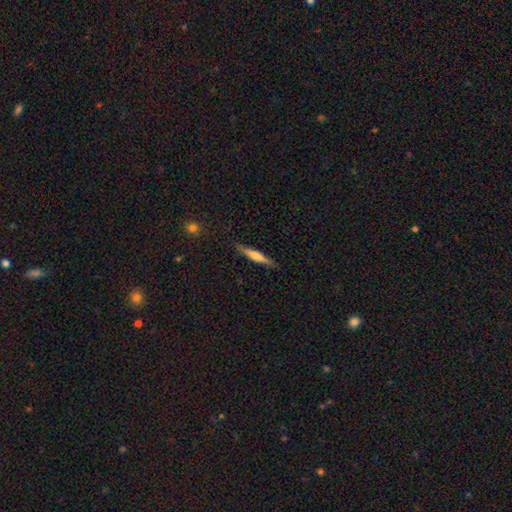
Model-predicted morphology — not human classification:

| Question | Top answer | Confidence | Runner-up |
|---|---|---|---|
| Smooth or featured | smooth | 50% | featured or disk (44%) |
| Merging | none | 88% | minor disturbance (9%) |